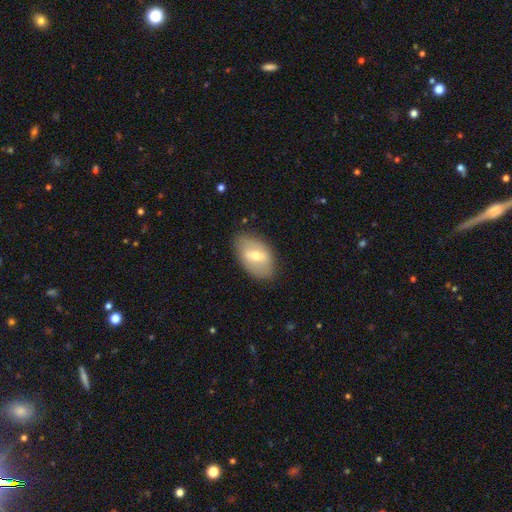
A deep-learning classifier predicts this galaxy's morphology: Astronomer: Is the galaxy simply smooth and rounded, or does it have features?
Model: smooth — 48% (runner-up: featured or disk, 46%).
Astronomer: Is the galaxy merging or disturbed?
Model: none — 81%.